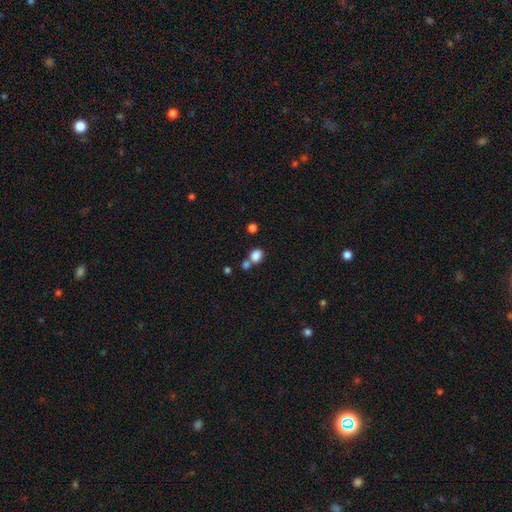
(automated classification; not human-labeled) Q: Smooth or featured?
A: smooth (84%); runner-up: star or artifact (11%)
Q: How rounded?
A: round (54%); runner-up: in between (45%)
Q: Merging?
A: none (49%); runner-up: merger (37%)